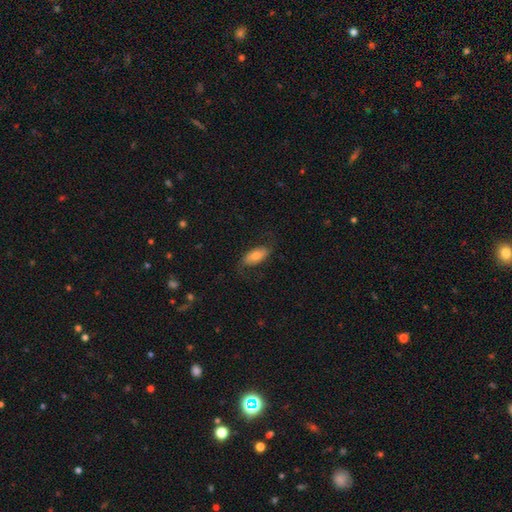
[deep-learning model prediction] Smooth or featured? Predicted: smooth (p=0.60). How rounded? Predicted: in between (p=0.88). Merging? Predicted: none (p=0.70).